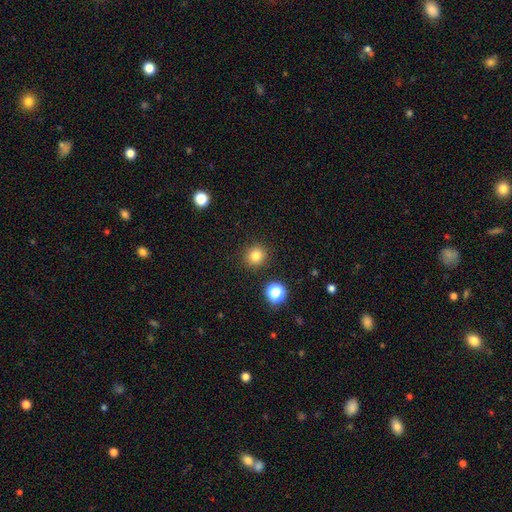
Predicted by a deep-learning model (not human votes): Q: Smooth or featured?
A: smooth (81%); runner-up: star or artifact (14%)
Q: How rounded?
A: round (90%); runner-up: in between (9%)
Q: Merging?
A: none (89%); runner-up: minor disturbance (6%)